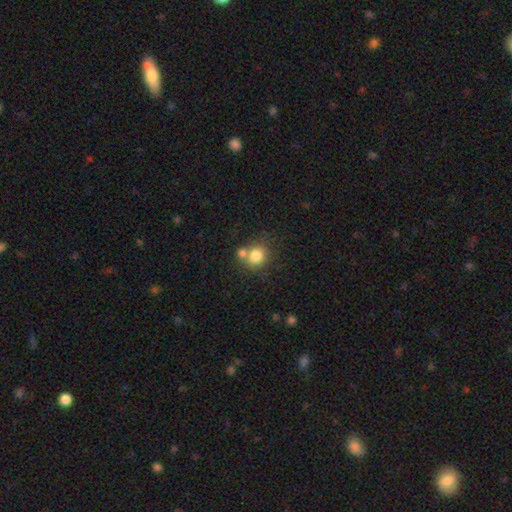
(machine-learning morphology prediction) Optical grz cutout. It shows a smooth galaxy with no disk features (81%) that is round (84%). Merging: none (56%).